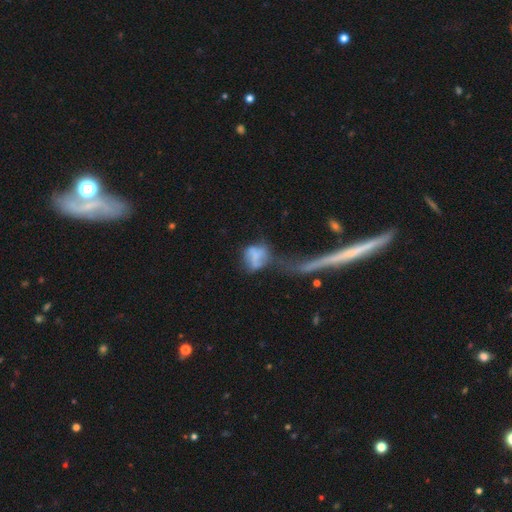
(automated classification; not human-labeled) This is possibly a smooth galaxy (47%). Merging: marginally major disturbance (33%).